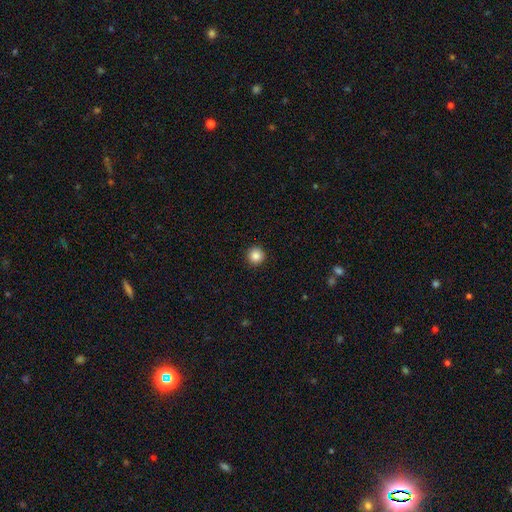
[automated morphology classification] smooth 86%, star or artifact 10%, featured or disk 3%. Down the decision tree: how rounded — round (96%); merging — none (93%).